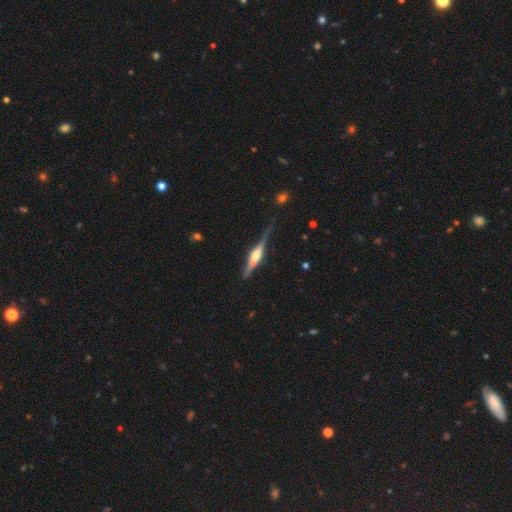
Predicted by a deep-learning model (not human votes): The model was most divided on "edge-on bulge": rounded: 78%, boxy: 18%, none: 4%. More confident: edge-on disk — yes (97%); smooth or featured — featured or disk (81%); merging — none (80%).